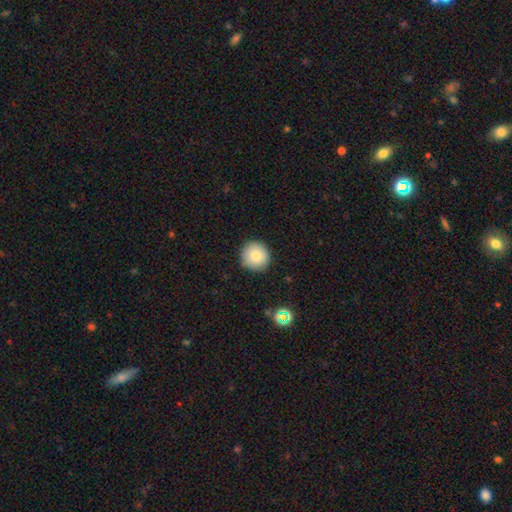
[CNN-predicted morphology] Q: Smooth or featured?
A: smooth (85%); runner-up: star or artifact (9%)
Q: How rounded?
A: round (95%); runner-up: in between (4%)
Q: Merging?
A: none (90%); runner-up: minor disturbance (7%)